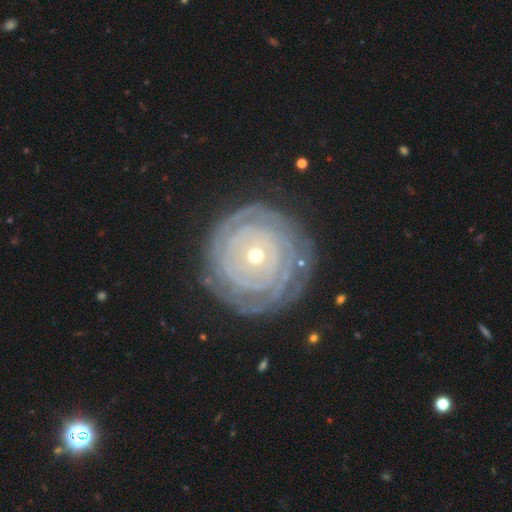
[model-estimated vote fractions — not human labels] Morphology: type=featured or disk (84%); edge-on=no (97%); bar=no (83%); spiral arms=yes (90%); winding=tight (89%); arm count=can't tell (37%); bulge=small (63%); merging=none (78%).